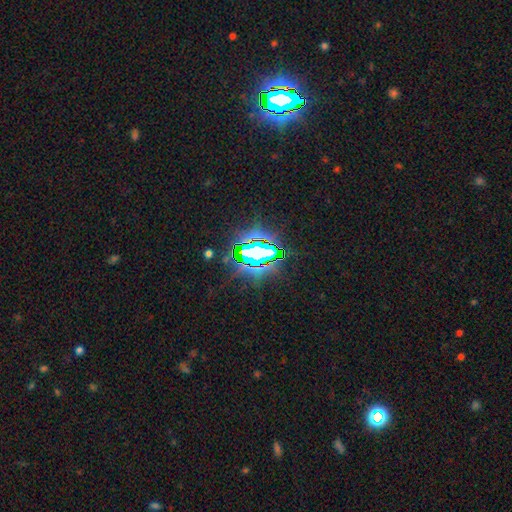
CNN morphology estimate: Smooth or featured? Predicted: star or artifact (p=0.77).